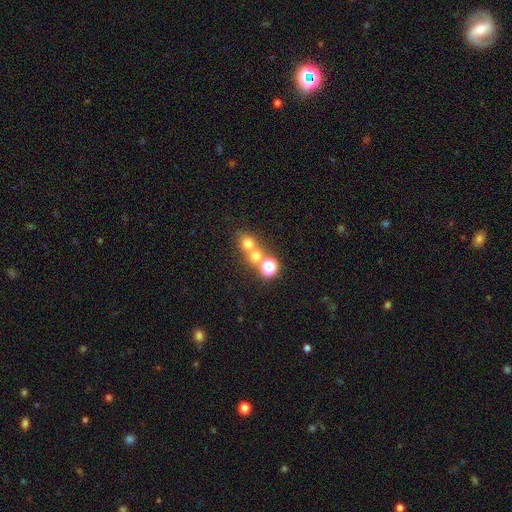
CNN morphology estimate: This is likely a smooth galaxy (65%). How rounded: clearly round (82%). Merging: possibly none (46%).